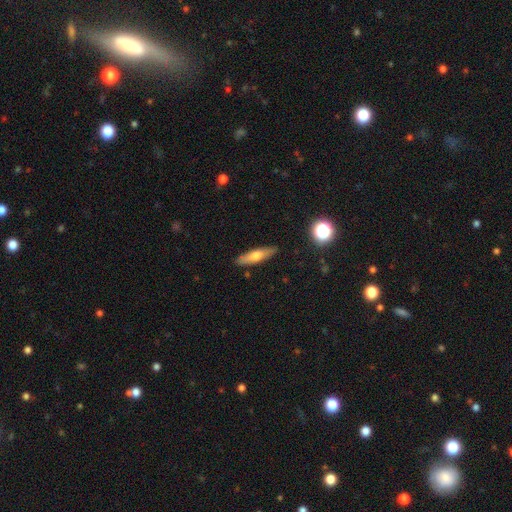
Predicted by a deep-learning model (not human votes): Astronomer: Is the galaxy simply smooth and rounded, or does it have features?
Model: smooth — 59%.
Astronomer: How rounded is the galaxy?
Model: cigar-shaped — 72%.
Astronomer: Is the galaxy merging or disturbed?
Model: none — 88%.